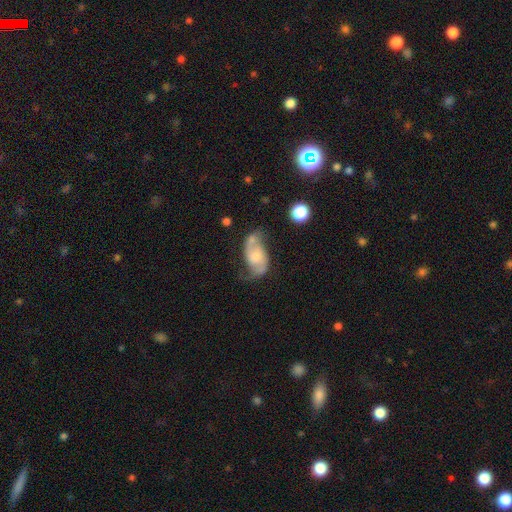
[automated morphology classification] This is likely a featured or disk galaxy (74%). It is clearly not viewed edge-on (96%). Bar: possibly no (57%). Spiral arm pattern: clearly yes (91%). Spiral arm count: clearly 2 (89%). Spiral winding: possibly loose (53%). Central bulge: marginally small (31%). Merging: possibly none (47%).